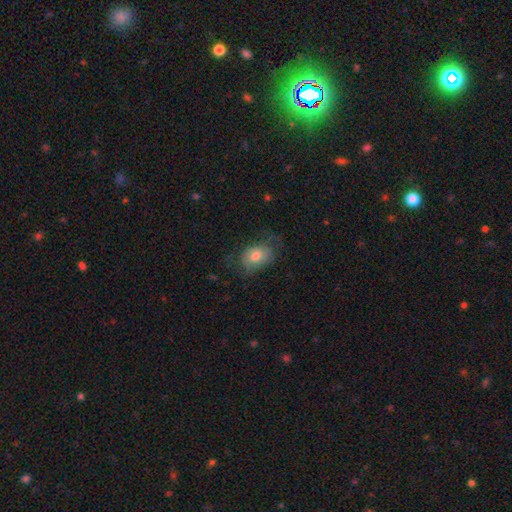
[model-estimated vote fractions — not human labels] smooth_or_featured: smooth (p=0.64) [alt: featured or disk p=0.28]
how_rounded: in between (p=0.80) [alt: round p=0.18]
merging: none (p=0.53) [alt: minor disturbance p=0.27]